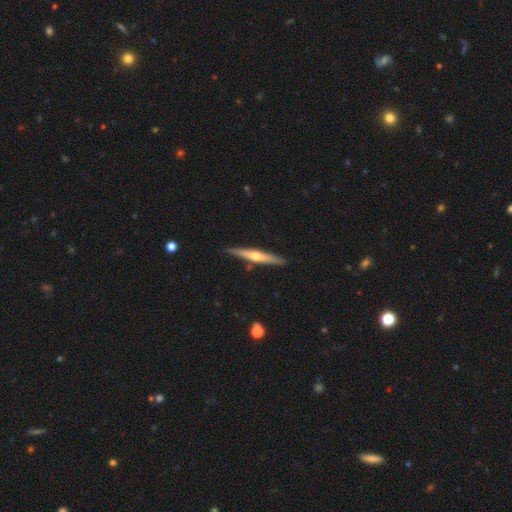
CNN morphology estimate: Smooth or featured: featured or disk — 62% (smooth — 32%)
Edge-on disk: yes — 96% (no — 4%)
Edge-on bulge: rounded — 86% (none — 11%)
Merging: none — 89% (minor disturbance — 8%)